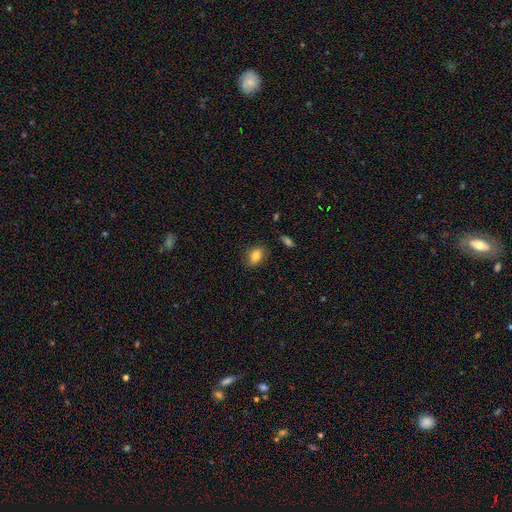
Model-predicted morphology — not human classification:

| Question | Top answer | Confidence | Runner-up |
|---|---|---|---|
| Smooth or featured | smooth | 80% | featured or disk (11%) |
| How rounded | in between | 80% | round (18%) |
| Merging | none | 78% | minor disturbance (16%) |